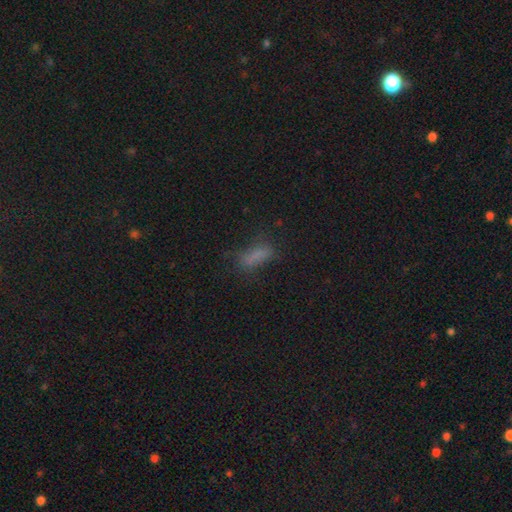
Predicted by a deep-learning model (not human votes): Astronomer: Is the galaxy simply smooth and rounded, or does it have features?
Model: smooth — 71%.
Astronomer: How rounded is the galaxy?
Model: in between — 62%.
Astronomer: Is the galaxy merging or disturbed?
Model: none — 56%.